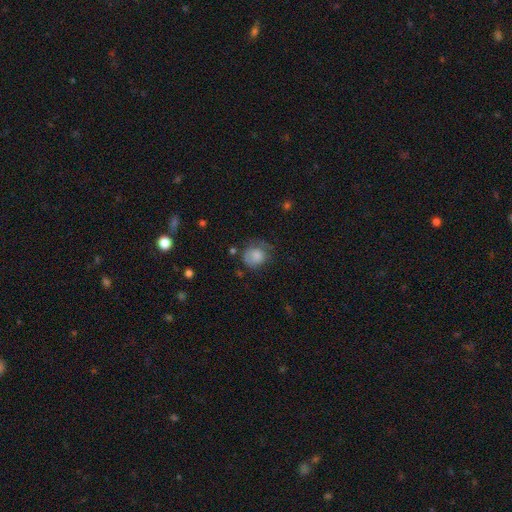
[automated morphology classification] This is likely a smooth galaxy (71%). How rounded: likely round (72%). Merging: marginally none (44%).